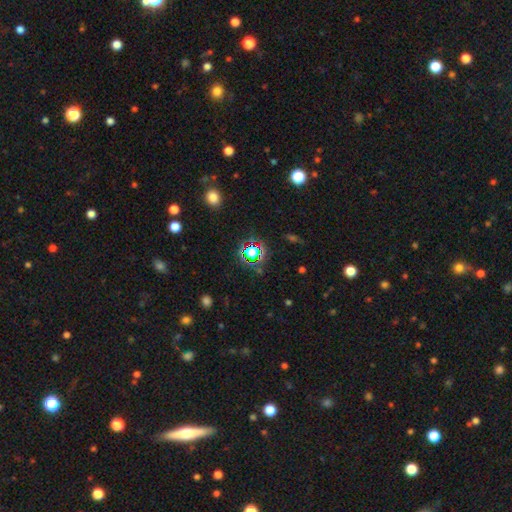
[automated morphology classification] Overall: star or artifact (71%).